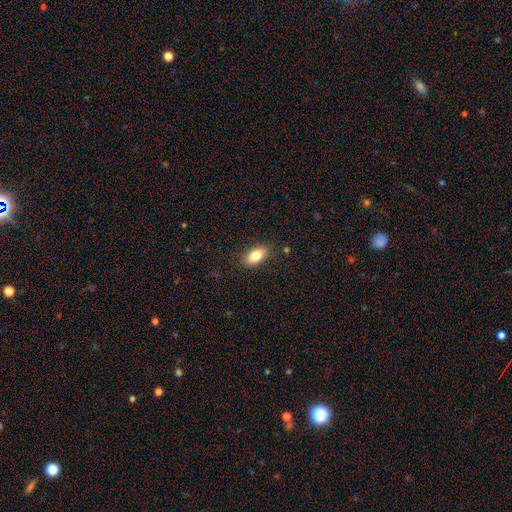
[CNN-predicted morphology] Q: Smooth or featured?
A: smooth (81%); runner-up: featured or disk (11%)
Q: How rounded?
A: in between (90%); runner-up: round (6%)
Q: Merging?
A: none (86%); runner-up: minor disturbance (10%)